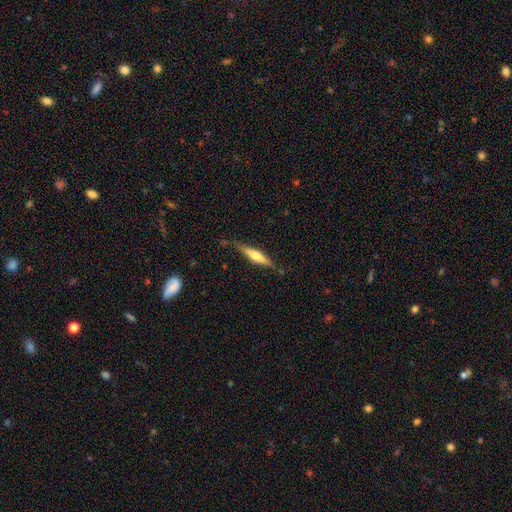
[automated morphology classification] A featured or disk galaxy (53%) viewed edge-on (95%) with a rounded central bulge (77%). Merging: none (80%).